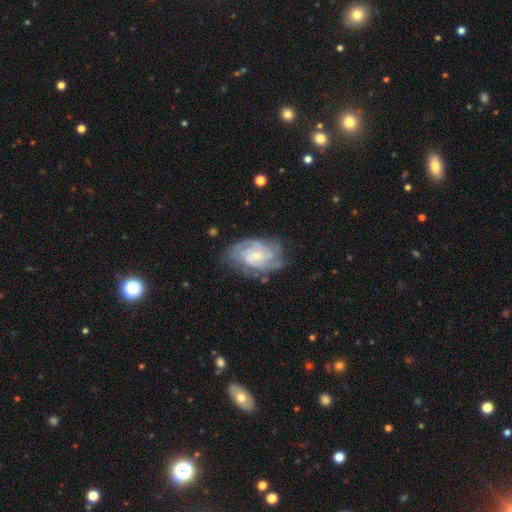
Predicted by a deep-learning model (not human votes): Smooth or featured? featured or disk (87%)
Edge-on disk? no (97%)
Bar? no (54%)
Spiral arms? yes (97%)
Spiral winding? tight (60%)
Spiral arm count? 2 (31%)
Bulge size? small (62%)
Merging? none (72%)